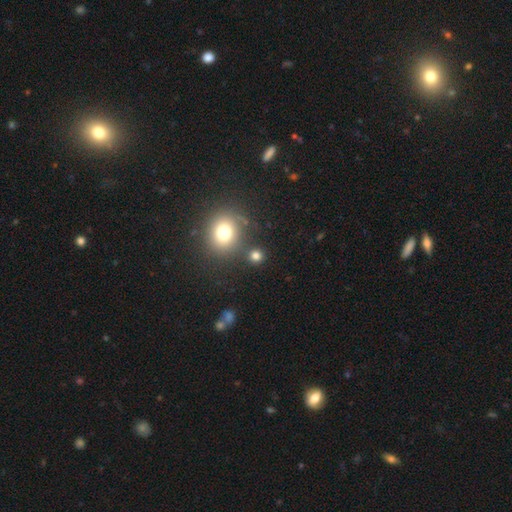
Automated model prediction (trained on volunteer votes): A smooth galaxy with no disk features (78%) that is round (88%).

Vote fractions:
- Smooth or featured? smooth: 78% / star or artifact: 16% / featured or disk: 6%
- How rounded? round: 88% / in between: 11% / cigar-shaped: 1%
- Merging? none: 79% / merger: 10% / minor disturbance: 8% / major disturbance: 3%